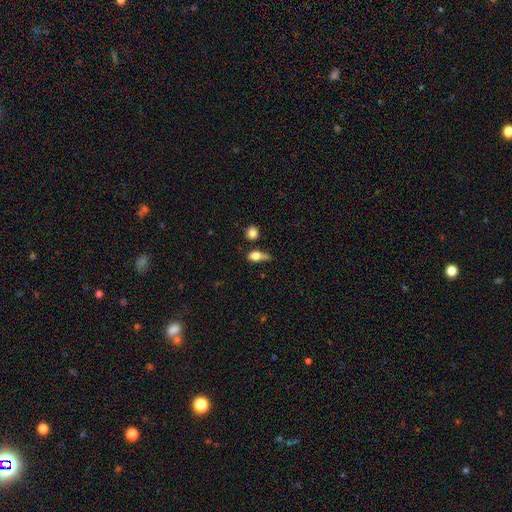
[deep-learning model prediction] Smooth or featured? smooth (74%)
How rounded? in between (57%)
Merging? none (34%)